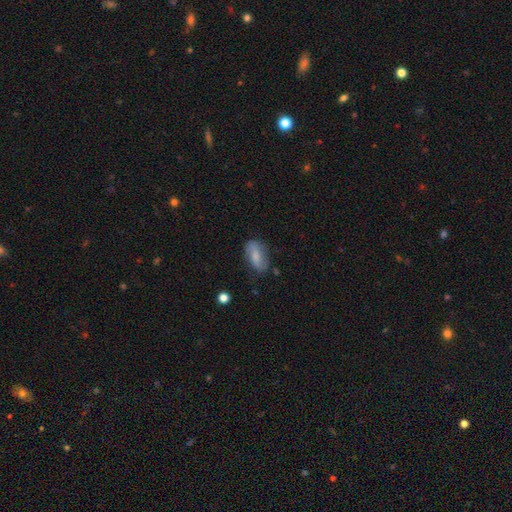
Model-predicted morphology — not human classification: Q: Smooth or featured?
A: smooth (55%); runner-up: featured or disk (37%)
Q: How rounded?
A: in between (87%); runner-up: cigar-shaped (7%)
Q: Merging?
A: none (70%); runner-up: minor disturbance (21%)